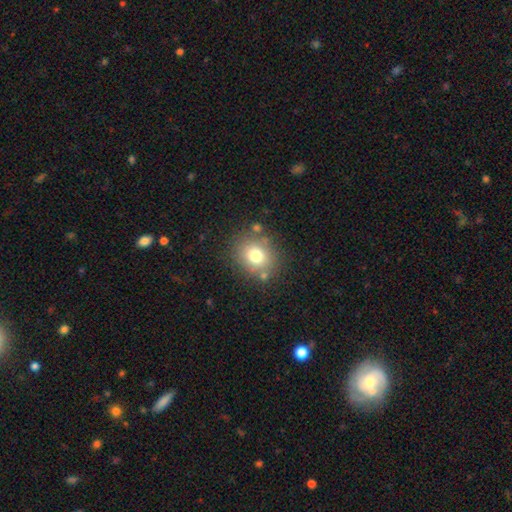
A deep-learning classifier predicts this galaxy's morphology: The model was most divided on "how rounded": round: 70%, in between: 30%, cigar-shaped: 1%. More confident: merging — none (78%); smooth or featured — smooth (74%).